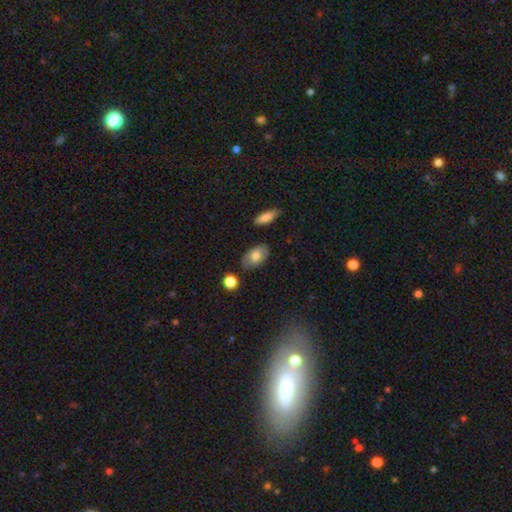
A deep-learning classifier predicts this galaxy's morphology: smooth_or_featured: smooth (p=0.66) [alt: featured or disk p=0.27]
how_rounded: in between (p=0.91) [alt: round p=0.07]
merging: none (p=0.76) [alt: minor disturbance p=0.17]